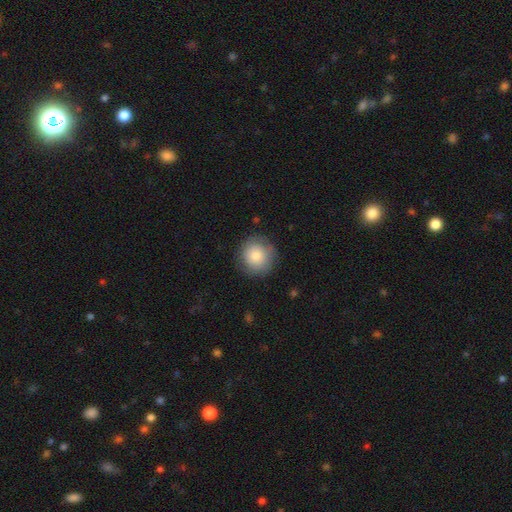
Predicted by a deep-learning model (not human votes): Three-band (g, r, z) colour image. It shows a smooth galaxy with no disk features (80%) that is round (94%). Merging: none (84%).